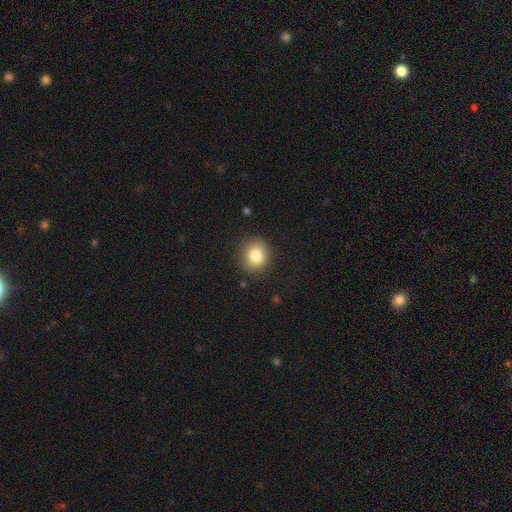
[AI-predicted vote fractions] smooth_or_featured: smooth (p=0.84) [alt: star or artifact p=0.09]
how_rounded: round (p=0.74) [alt: in between p=0.25]
merging: none (p=0.87) [alt: minor disturbance p=0.09]